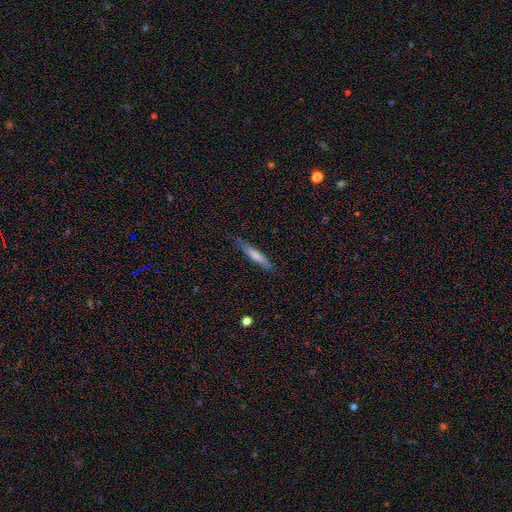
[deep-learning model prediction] A smooth galaxy with no disk features (71%) that is cigar-shaped (91%).

Vote fractions:
- Smooth or featured? smooth: 71% / featured or disk: 23% / star or artifact: 6%
- How rounded? cigar-shaped: 91% / in between: 8% / round: 1%
- Merging? none: 75% / minor disturbance: 20% / major disturbance: 4% / merger: 1%